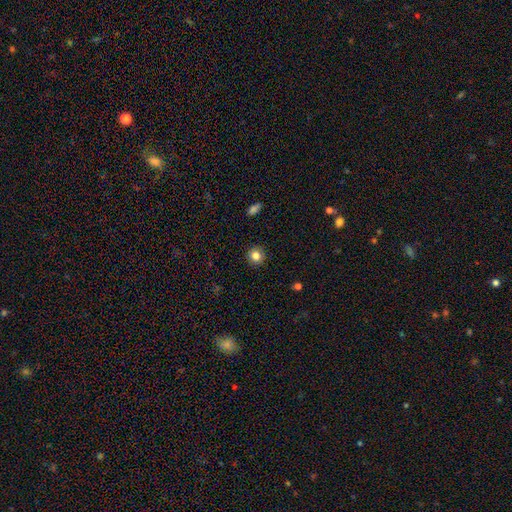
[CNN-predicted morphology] smooth_or_featured: smooth (p=0.82) [alt: star or artifact p=0.11]
how_rounded: round (p=0.93) [alt: in between p=0.06]
merging: none (p=0.92) [alt: minor disturbance p=0.05]